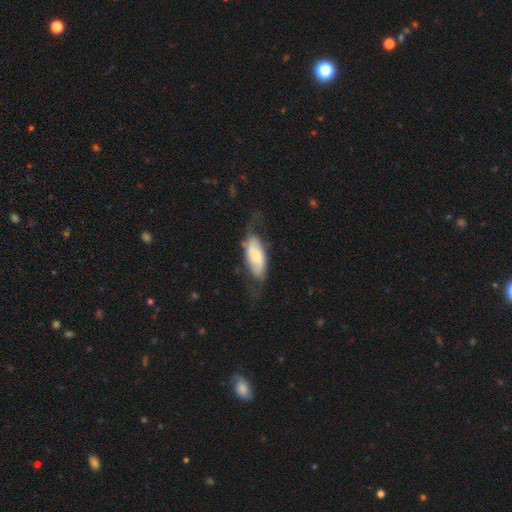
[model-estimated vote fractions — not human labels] Overall: smooth (53%; featured or disk 41%). How rounded: in between (83%). Merging: none (52%; minor disturbance 29%).